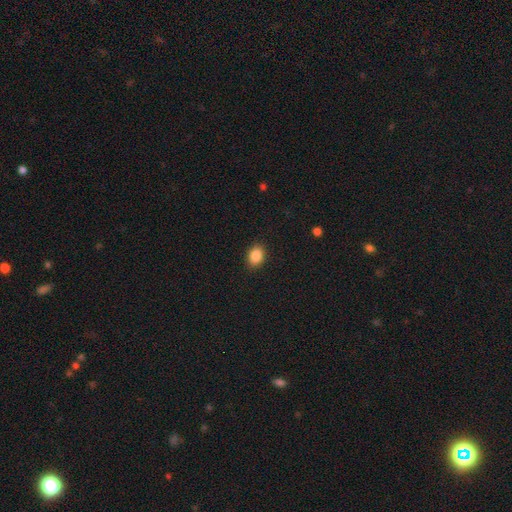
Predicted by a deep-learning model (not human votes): smooth_or_featured: smooth (p=0.87) [alt: star or artifact p=0.09]
how_rounded: in between (p=0.64) [alt: round p=0.35]
merging: none (p=0.89) [alt: minor disturbance p=0.08]